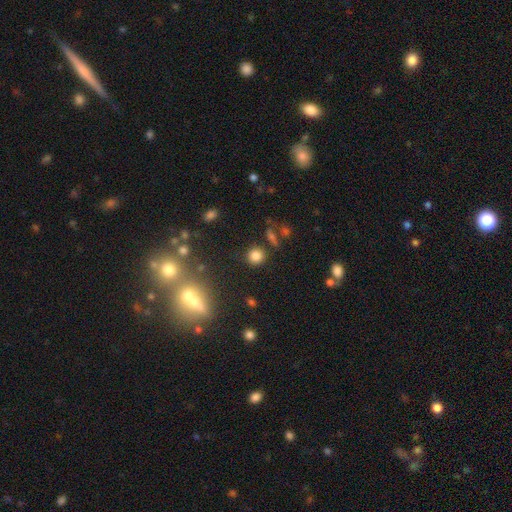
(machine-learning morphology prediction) type=smooth (80%); roundness=round (89%); merging=none (84%).